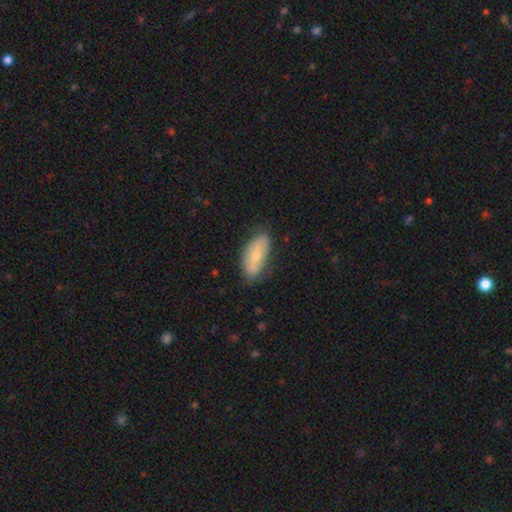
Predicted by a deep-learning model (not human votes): This appears to be a smooth galaxy with no disk features (58%) that is in between round and cigar-shaped (87%). Merging: none (70%).